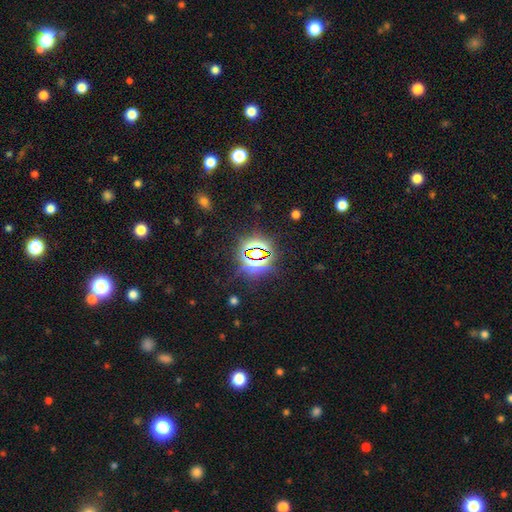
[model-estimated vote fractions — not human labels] smooth_or_featured: star or artifact (p=0.79) [alt: smooth p=0.13]